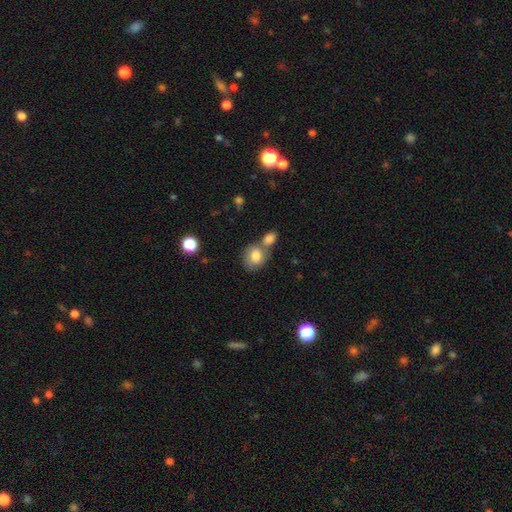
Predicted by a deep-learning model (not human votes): This appears to be a smooth galaxy with no disk features (78%) that is round (51%). Merging: merger (44%).